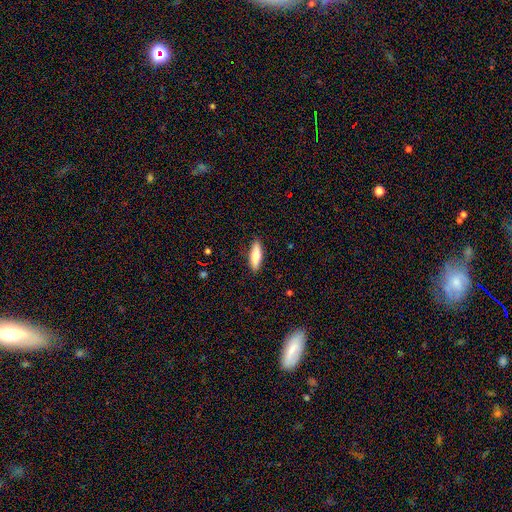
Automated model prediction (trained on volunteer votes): Smooth or featured?
  - smooth: 75% *
  - featured or disk: 19%
  - star or artifact: 6%
How rounded?
  - cigar-shaped: 51% *
  - in between: 47%
  - round: 2%
Merging?
  - none: 88% *
  - minor disturbance: 9%
  - major disturbance: 2%
  - merger: 1%